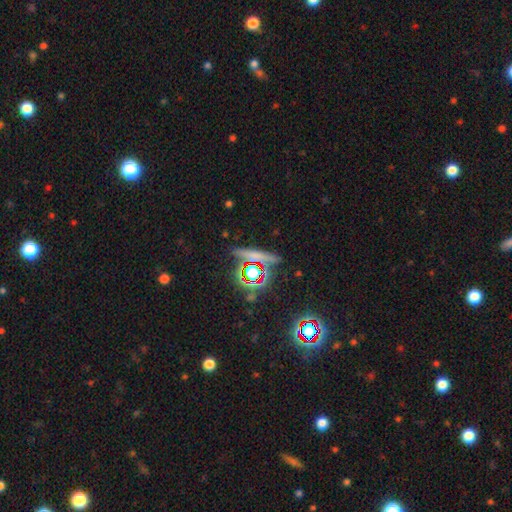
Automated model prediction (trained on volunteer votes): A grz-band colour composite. It shows a star or artifact, not a galaxy (46%).